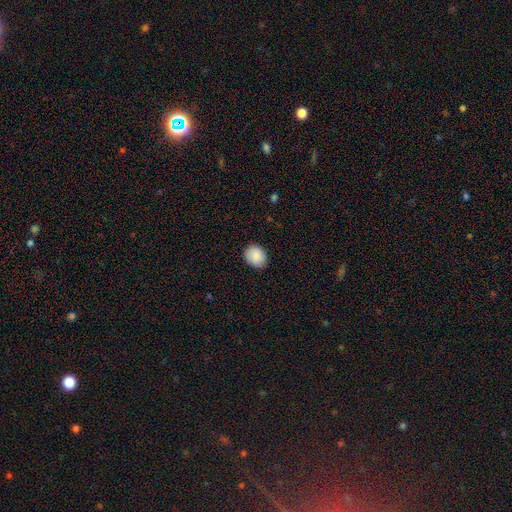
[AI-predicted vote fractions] Morphology: type=smooth (89%); roundness=round (61%); merging=none (87%).